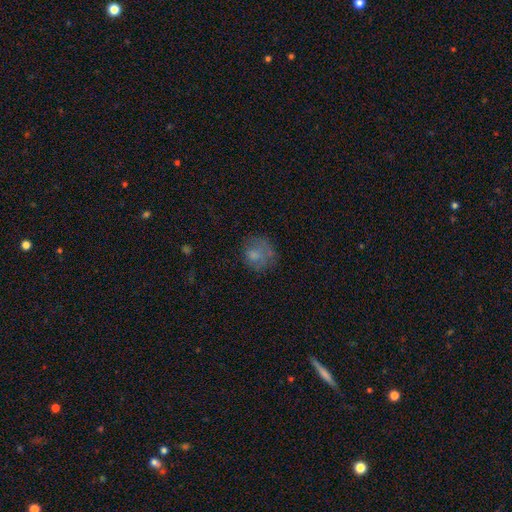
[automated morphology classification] The model was most divided on "merging": none: 54%, minor disturbance: 24%, major disturbance: 20%, merger: 3%. More confident: how rounded — round (74%); smooth or featured — smooth (66%).